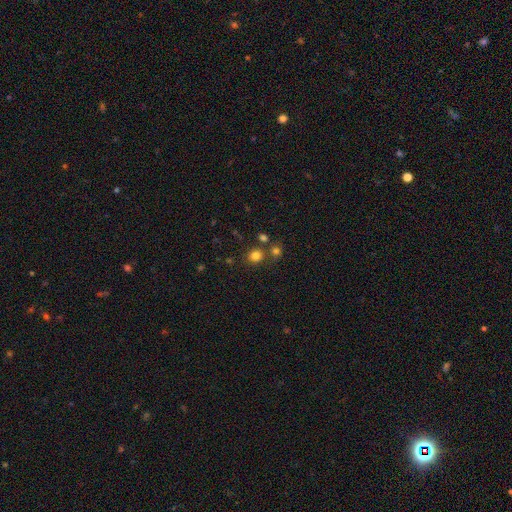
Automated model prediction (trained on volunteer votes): The model was most divided on "merging": none: 73%, merger: 15%, minor disturbance: 9%, major disturbance: 3%. More confident: how rounded — round (81%); smooth or featured — smooth (79%).